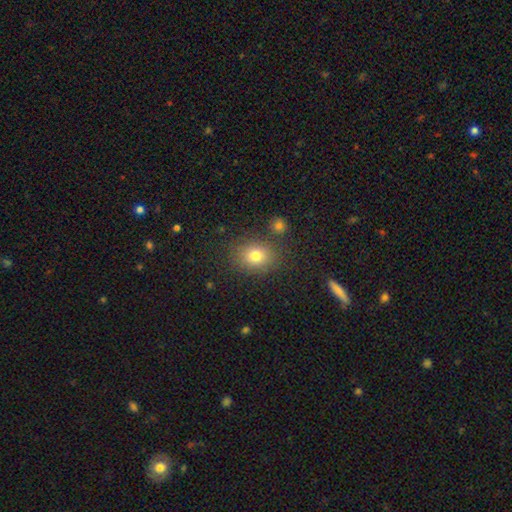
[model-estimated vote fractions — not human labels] smooth 77%, star or artifact 13%, featured or disk 9%. Down the decision tree: how rounded — round (57%); merging — none (80%).